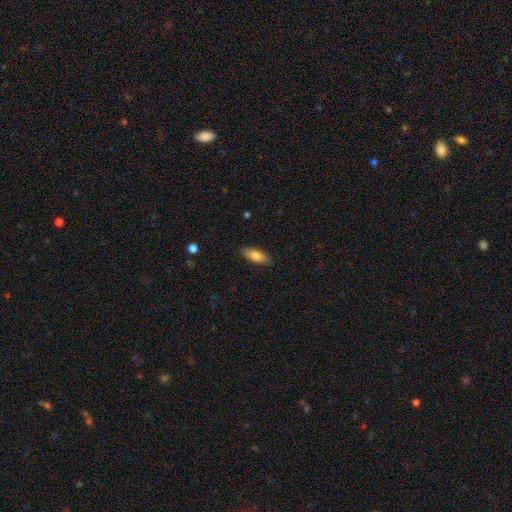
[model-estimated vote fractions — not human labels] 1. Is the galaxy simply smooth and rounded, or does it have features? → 80% smooth, 14% featured or disk, 6% star or artifact.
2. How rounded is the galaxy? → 74% in between, 24% cigar-shaped, 2% round.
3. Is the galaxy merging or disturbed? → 88% none, 9% minor disturbance, 2% major disturbance, 1% merger.